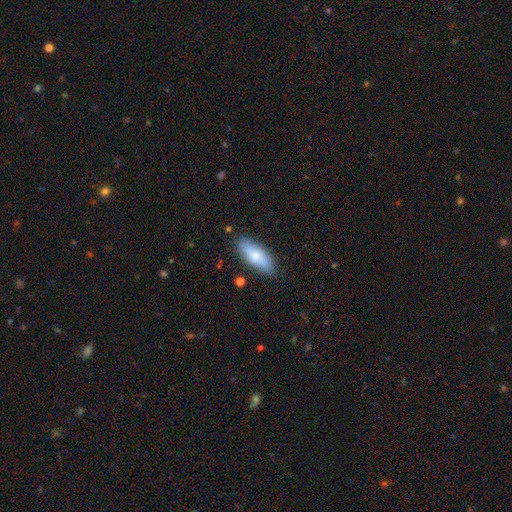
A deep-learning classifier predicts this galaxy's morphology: Smooth or featured? Predicted: smooth (p=0.76). How rounded? Predicted: in between (p=0.78). Merging? Predicted: none (p=0.82).